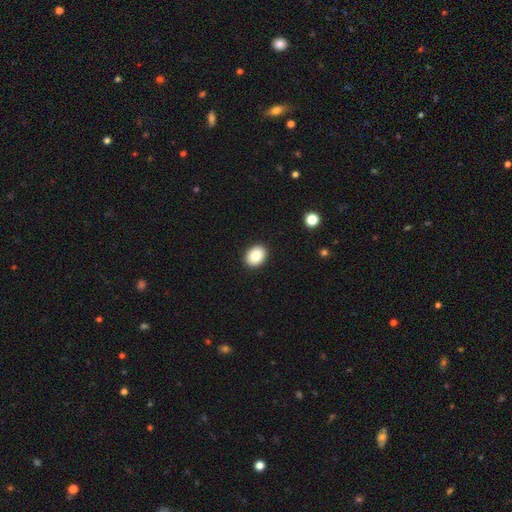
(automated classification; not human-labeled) smooth_or_featured: smooth (p=0.83) [alt: star or artifact p=0.08]
how_rounded: in between (p=0.56) [alt: round p=0.44]
merging: none (p=0.91) [alt: minor disturbance p=0.06]